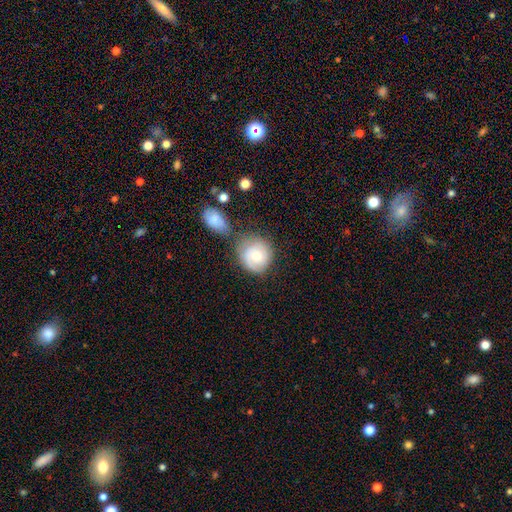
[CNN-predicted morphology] This is possibly a smooth galaxy (58%). How rounded: clearly round (81%). Merging: possibly none (50%).